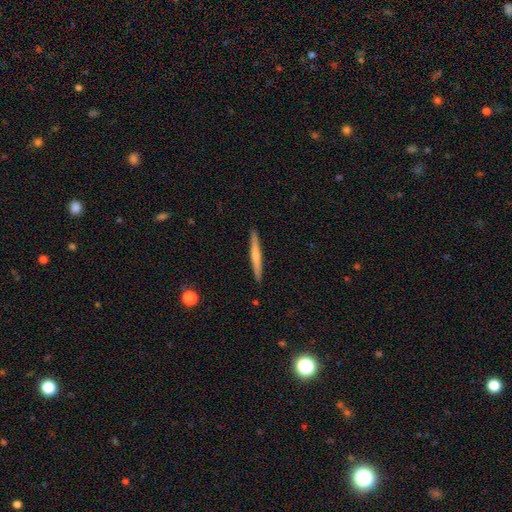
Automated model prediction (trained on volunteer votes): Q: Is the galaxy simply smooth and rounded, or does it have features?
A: smooth — 55%.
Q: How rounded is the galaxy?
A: cigar-shaped — 96%.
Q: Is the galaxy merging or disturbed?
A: none — 92%.